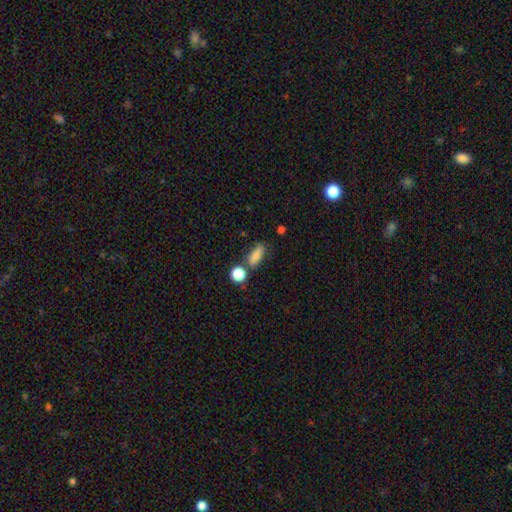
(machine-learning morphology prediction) Smooth or featured? Predicted: smooth (p=0.79). How rounded? Predicted: in between (p=0.64). Merging? Predicted: none (p=0.66).